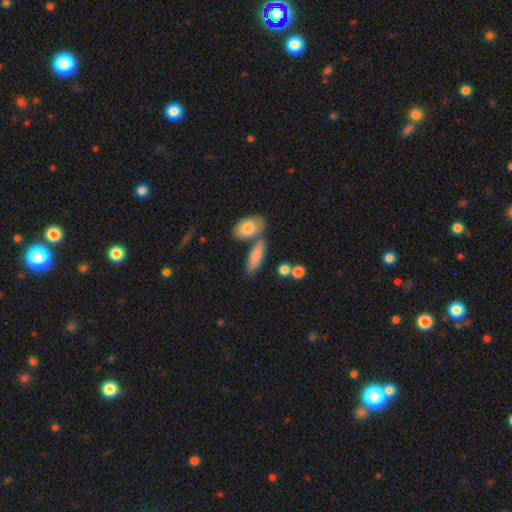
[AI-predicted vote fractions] The model was most divided on "how rounded": in between: 65%, cigar-shaped: 31%, round: 4%. More confident: smooth or featured — smooth (81%); merging — none (58%).